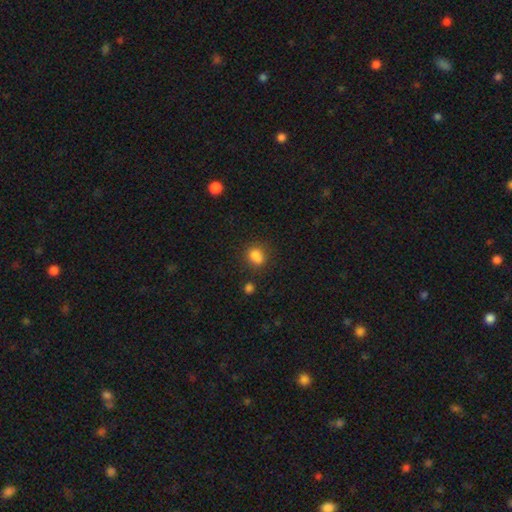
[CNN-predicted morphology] A smooth galaxy with no disk features (81%) that is round (61%). Merging: none (58%).